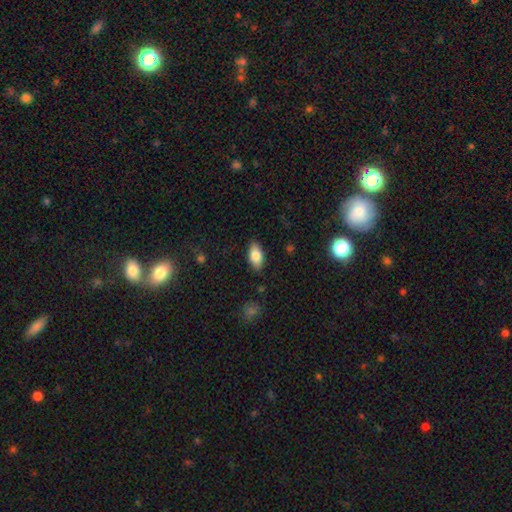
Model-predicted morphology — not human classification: smooth_or_featured: smooth (p=0.80) [alt: featured or disk p=0.13]
how_rounded: in between (p=0.90) [alt: cigar-shaped p=0.06]
merging: none (p=0.86) [alt: minor disturbance p=0.10]